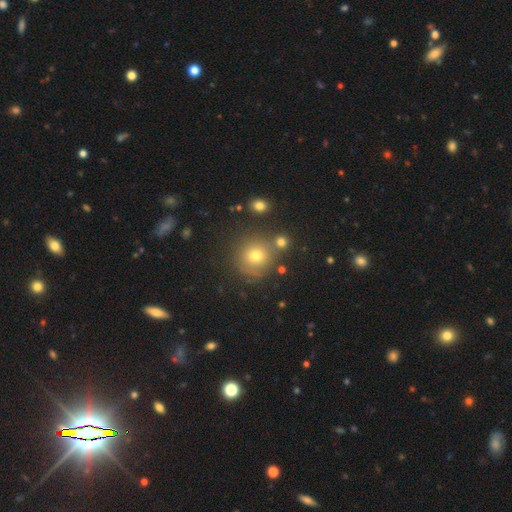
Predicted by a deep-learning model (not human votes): Smooth or featured? smooth (70%)
How rounded? round (92%)
Merging? none (76%)